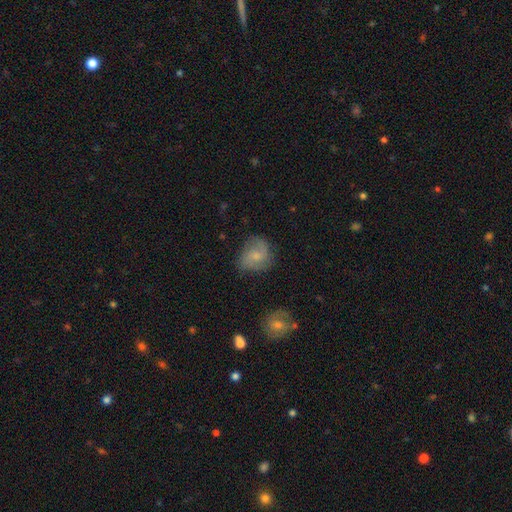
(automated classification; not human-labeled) Smooth or featured? Predicted: smooth (p=0.50). How rounded? Predicted: round (p=0.61). Merging? Predicted: none (p=0.60).